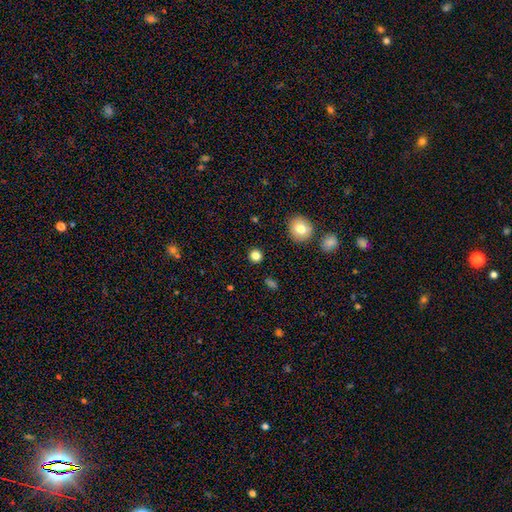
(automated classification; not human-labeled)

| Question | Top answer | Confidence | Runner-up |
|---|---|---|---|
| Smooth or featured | smooth | 83% | star or artifact (12%) |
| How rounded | round | 92% | in between (7%) |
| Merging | none | 91% | minor disturbance (5%) |